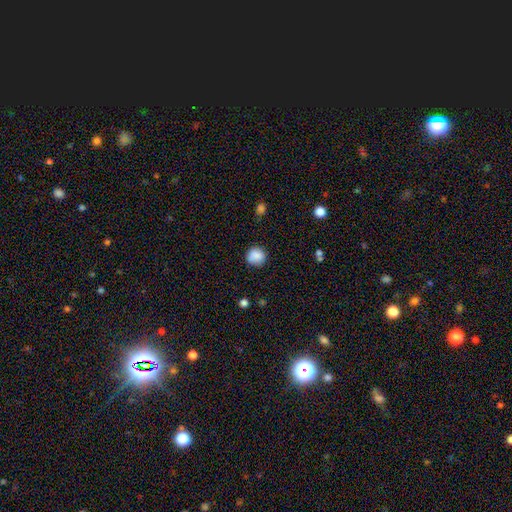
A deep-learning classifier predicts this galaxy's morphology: Smooth or featured: smooth — 87% (star or artifact — 8%)
How rounded: round — 86% (in between — 13%)
Merging: none — 82% (minor disturbance — 13%)